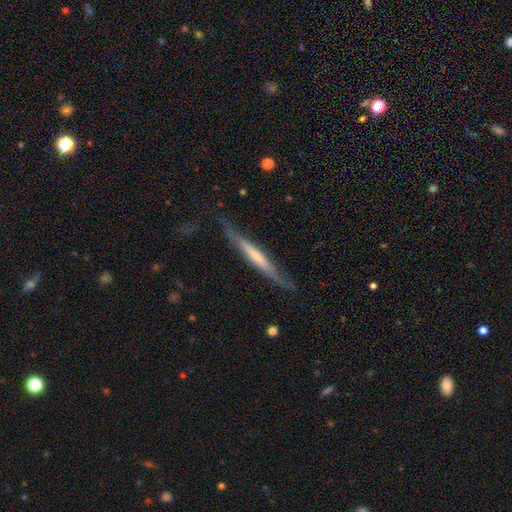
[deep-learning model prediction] The model was most divided on "smooth or featured": featured or disk: 59%, smooth: 35%, star or artifact: 6%. More confident: edge-on disk — yes (91%); merging — none (71%); edge-on bulge — none (61%).